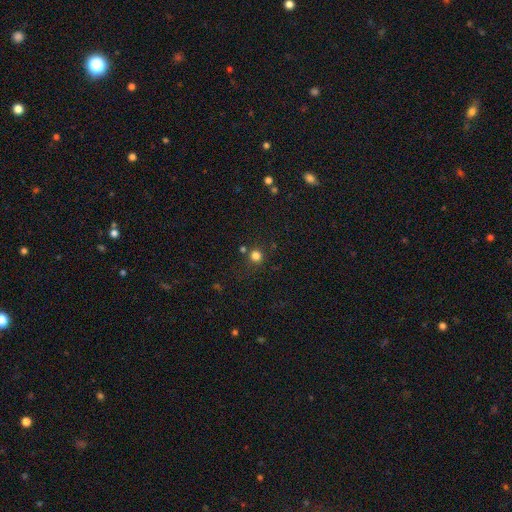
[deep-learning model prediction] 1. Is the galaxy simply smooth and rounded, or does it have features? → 80% smooth, 16% star or artifact, 5% featured or disk.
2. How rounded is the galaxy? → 93% round, 6% in between, 1% cigar-shaped.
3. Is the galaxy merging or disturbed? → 79% none, 9% minor disturbance, 8% merger, 4% major disturbance.